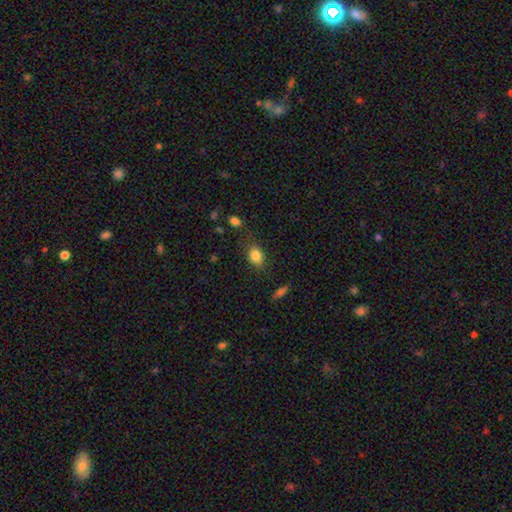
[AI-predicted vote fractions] Q: Smooth or featured?
A: smooth (84%); runner-up: star or artifact (9%)
Q: How rounded?
A: in between (67%); runner-up: round (31%)
Q: Merging?
A: none (74%); runner-up: minor disturbance (19%)